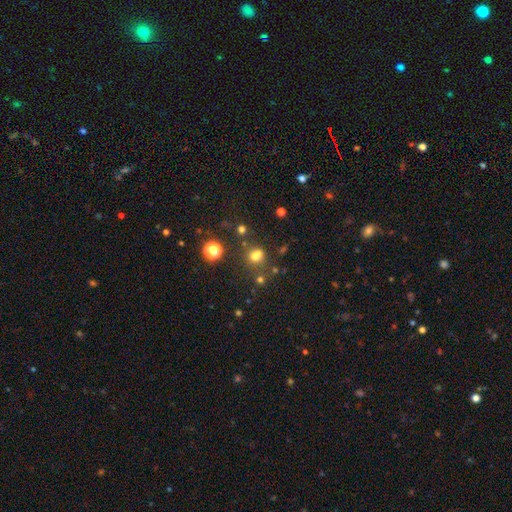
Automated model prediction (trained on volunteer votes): smooth_or_featured: smooth (p=0.67) [alt: star or artifact p=0.23]
how_rounded: round (p=0.66) [alt: in between p=0.32]
merging: none (p=0.57) [alt: merger p=0.23]